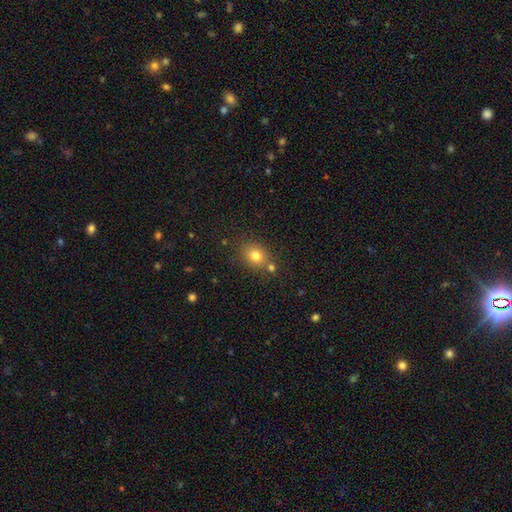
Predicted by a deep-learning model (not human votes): This appears to be a smooth galaxy with no disk features (78%) that is round (59%). Merging: none (71%).